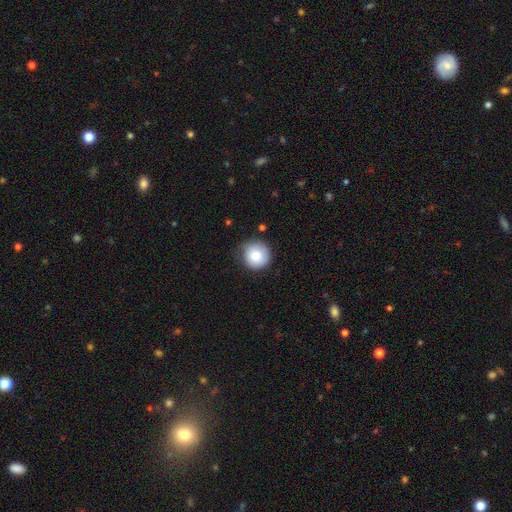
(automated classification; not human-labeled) A smooth galaxy with no disk features (82%) that is round (94%). Merging: none (73%).